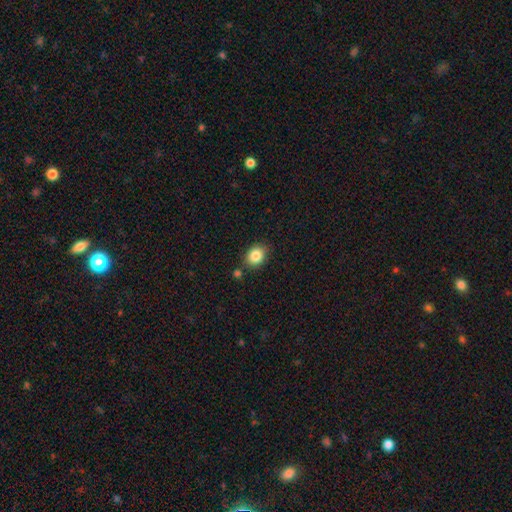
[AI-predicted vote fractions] smooth_or_featured: smooth (p=0.85) [alt: star or artifact p=0.09]
how_rounded: in between (p=0.52) [alt: round p=0.47]
merging: none (p=0.78) [alt: minor disturbance p=0.12]